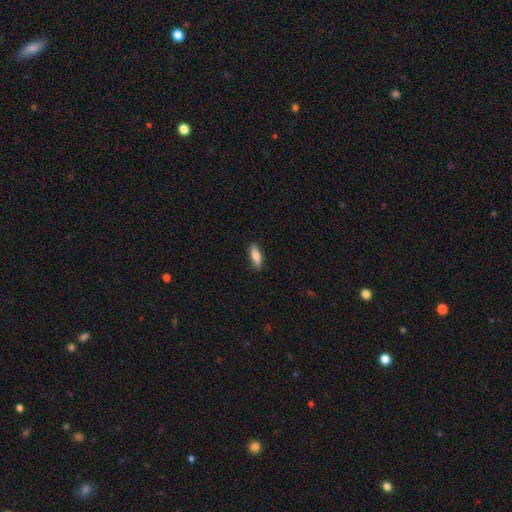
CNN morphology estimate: Smooth or featured? smooth (82%)
How rounded? in between (61%)
Merging? none (85%)